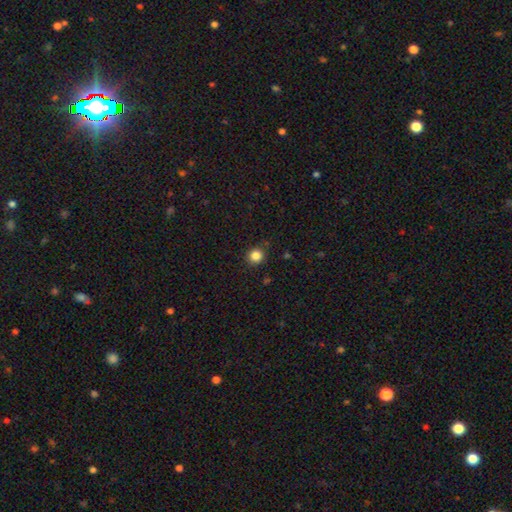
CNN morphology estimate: Smooth or featured?
  - smooth: 84% *
  - star or artifact: 12%
  - featured or disk: 4%
How rounded?
  - round: 90% *
  - in between: 9%
  - cigar-shaped: 1%
Merging?
  - none: 88% *
  - minor disturbance: 8%
  - major disturbance: 2%
  - merger: 1%